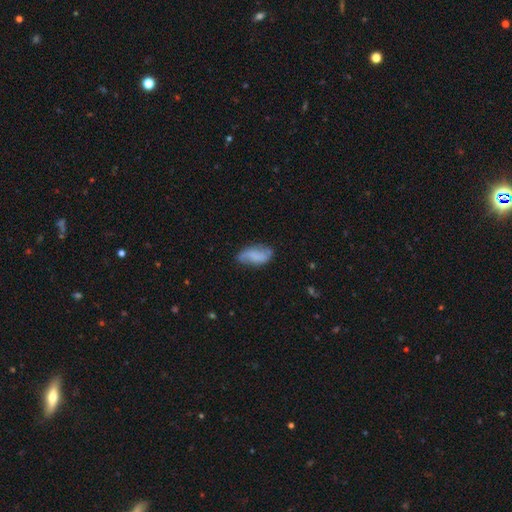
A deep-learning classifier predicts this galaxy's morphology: Smooth or featured?
  - smooth: 56% *
  - featured or disk: 35%
  - star or artifact: 8%
How rounded?
  - in between: 88% *
  - cigar-shaped: 8%
  - round: 3%
Merging?
  - none: 58% *
  - minor disturbance: 29%
  - major disturbance: 10%
  - merger: 3%